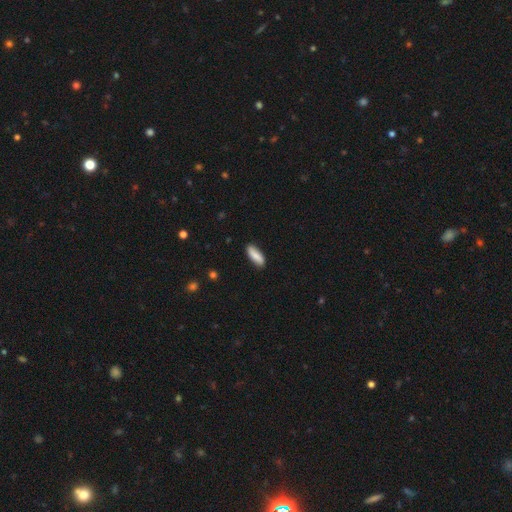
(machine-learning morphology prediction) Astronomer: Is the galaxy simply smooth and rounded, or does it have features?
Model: smooth — 82%.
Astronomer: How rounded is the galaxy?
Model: in between — 59% (runner-up: cigar-shaped, 39%).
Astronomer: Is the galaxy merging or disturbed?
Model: none — 85%.